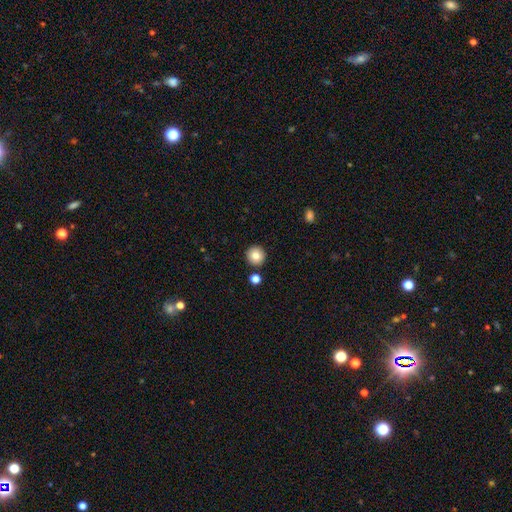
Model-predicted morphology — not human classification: Smooth or featured? smooth (82%)
How rounded? round (95%)
Merging? none (89%)